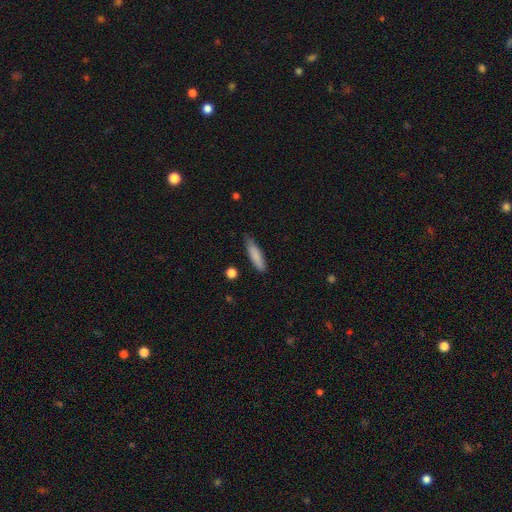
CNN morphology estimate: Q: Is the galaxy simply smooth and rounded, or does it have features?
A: smooth — 84%.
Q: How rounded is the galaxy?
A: cigar-shaped — 73%.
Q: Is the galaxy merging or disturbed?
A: none — 77%.